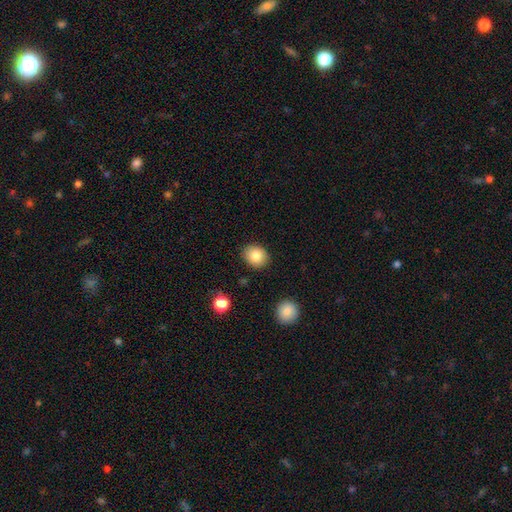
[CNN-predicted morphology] Q: Smooth or featured?
A: smooth (85%); runner-up: star or artifact (8%)
Q: How rounded?
A: round (61%); runner-up: in between (38%)
Q: Merging?
A: none (88%); runner-up: minor disturbance (9%)